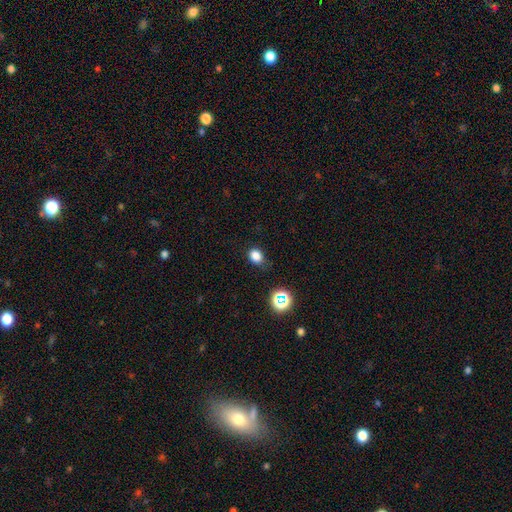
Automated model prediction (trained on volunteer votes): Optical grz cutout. It shows a smooth galaxy with no disk features (81%) that is round (52%). Merging: none (74%).